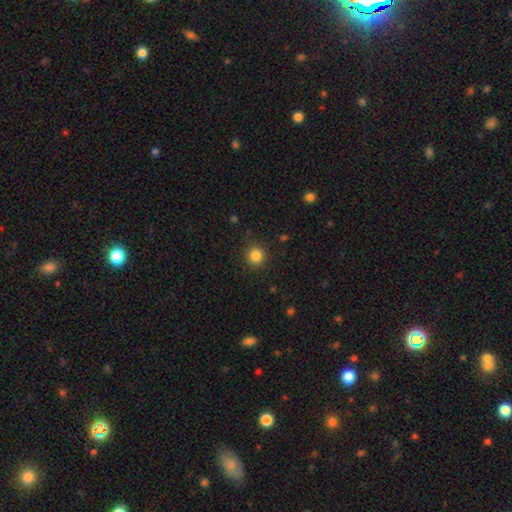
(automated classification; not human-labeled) Morphology: type=smooth (85%); roundness=round (91%); merging=none (89%).